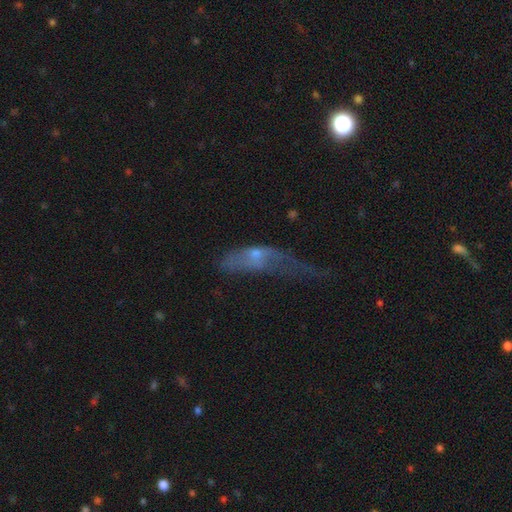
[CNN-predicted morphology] Smooth or featured: featured or disk — 45% (smooth — 41%)
Merging: major disturbance — 53% (minor disturbance — 21%)